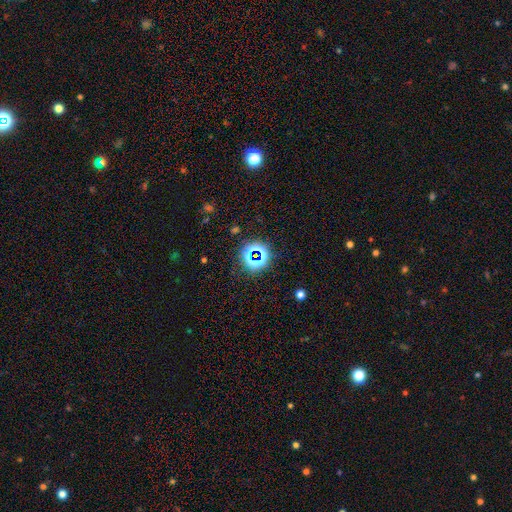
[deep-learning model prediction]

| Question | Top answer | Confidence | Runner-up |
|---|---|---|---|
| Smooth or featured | star or artifact | 68% | smooth (22%) |